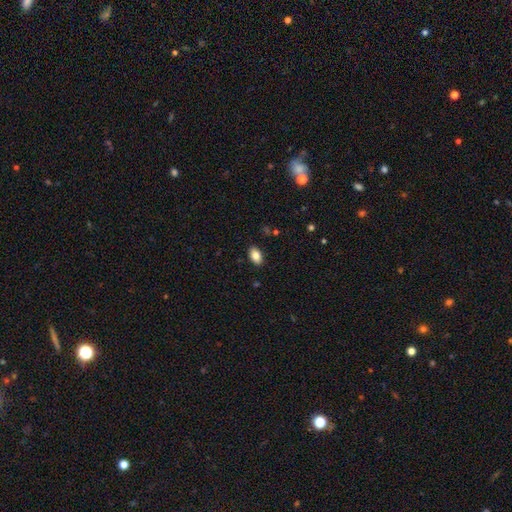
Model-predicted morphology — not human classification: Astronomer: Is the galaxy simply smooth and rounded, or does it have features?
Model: smooth — 84%.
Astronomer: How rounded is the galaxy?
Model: in between — 91%.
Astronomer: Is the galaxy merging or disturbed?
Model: none — 88%.